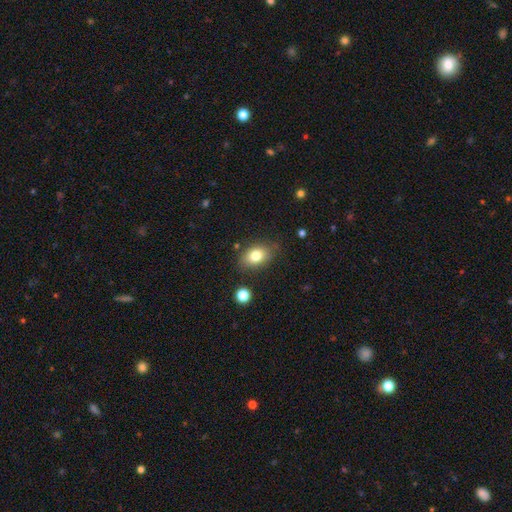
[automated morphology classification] The model was most divided on "how rounded": in between: 80%, round: 19%, cigar-shaped: 2%. More confident: smooth or featured — smooth (80%); merging — none (79%).